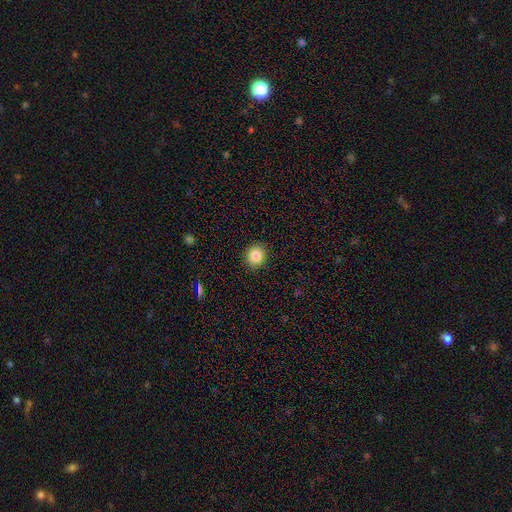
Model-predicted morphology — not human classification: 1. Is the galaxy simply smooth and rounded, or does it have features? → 85% smooth, 10% star or artifact, 5% featured or disk.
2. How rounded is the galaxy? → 78% round, 21% in between, 1% cigar-shaped.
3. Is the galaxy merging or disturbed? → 90% none, 7% minor disturbance, 2% major disturbance, 1% merger.